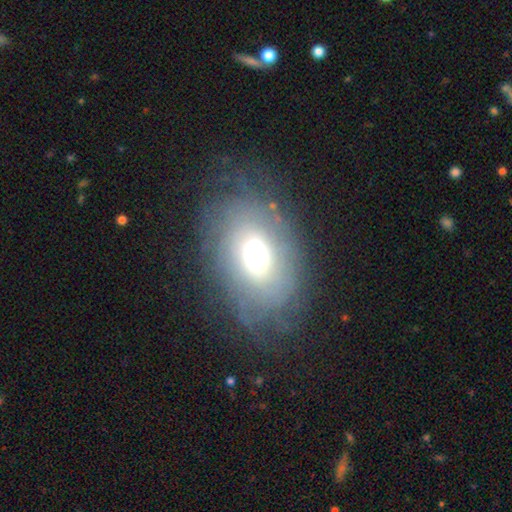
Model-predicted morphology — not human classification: Smooth or featured? Predicted: featured or disk (p=0.49). Merging? Predicted: none (p=0.60).